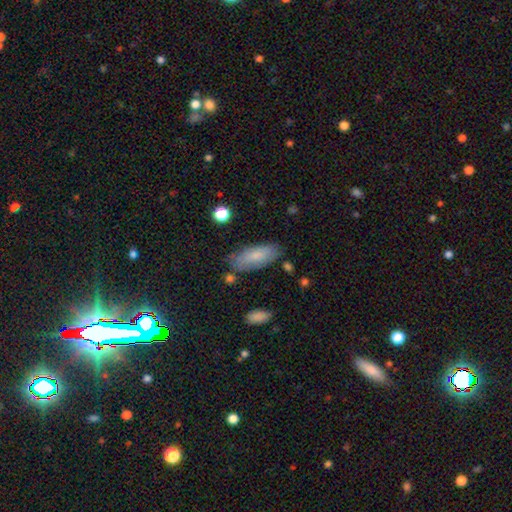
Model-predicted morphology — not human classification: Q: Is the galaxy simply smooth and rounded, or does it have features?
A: smooth — 77%.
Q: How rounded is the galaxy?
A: in between — 78%.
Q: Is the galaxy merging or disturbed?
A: none — 75%.